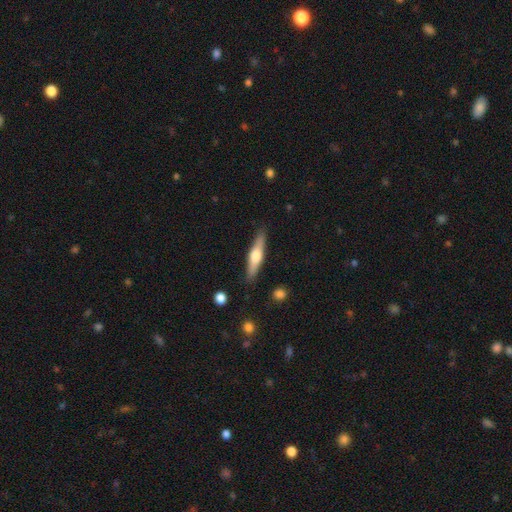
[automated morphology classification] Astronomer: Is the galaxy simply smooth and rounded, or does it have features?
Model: featured or disk — 53% (runner-up: smooth, 41%).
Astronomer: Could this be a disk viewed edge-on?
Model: yes — 94%.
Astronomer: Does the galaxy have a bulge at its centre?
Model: rounded — 92%.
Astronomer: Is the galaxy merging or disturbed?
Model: none — 88%.